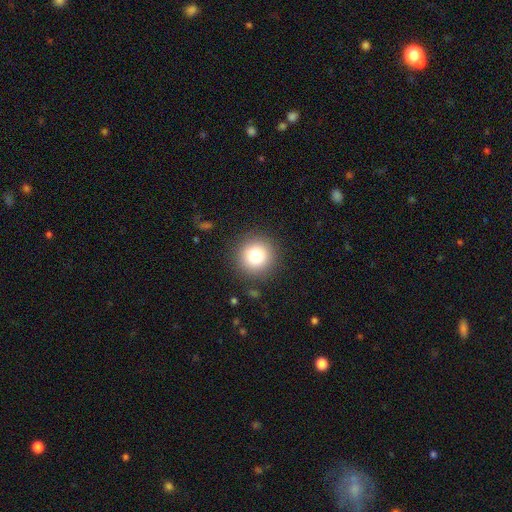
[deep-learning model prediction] A smooth galaxy with no disk features (78%) that is round (95%).

Vote fractions:
- Smooth or featured? smooth: 78% / star or artifact: 12% / featured or disk: 10%
- How rounded? round: 95% / in between: 4% / cigar-shaped: 1%
- Merging? none: 90% / minor disturbance: 6% / major disturbance: 3% / merger: 1%